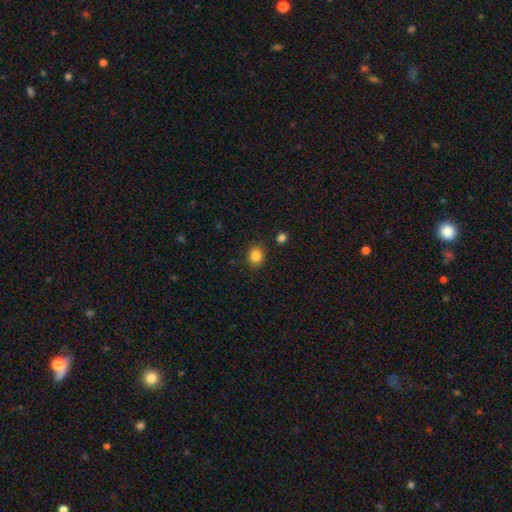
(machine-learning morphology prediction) Smooth or featured? smooth (86%)
How rounded? round (58%)
Merging? none (84%)